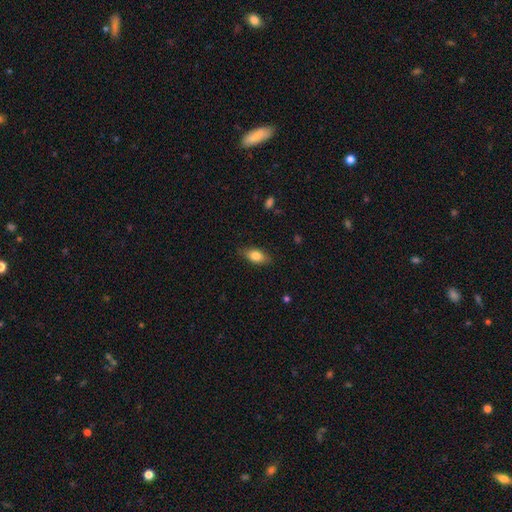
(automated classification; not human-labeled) Smooth or featured? Predicted: smooth (p=0.80). How rounded? Predicted: in between (p=0.85). Merging? Predicted: none (p=0.82).